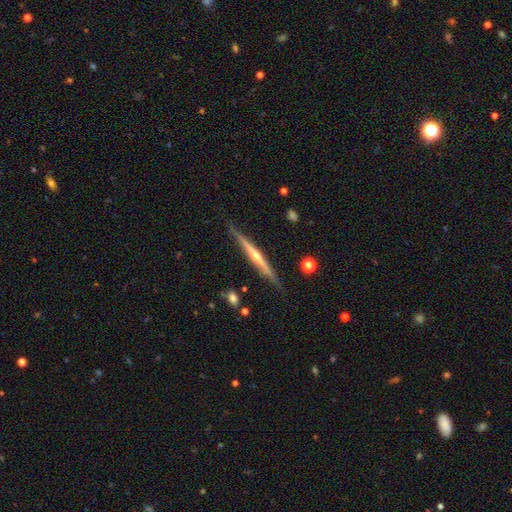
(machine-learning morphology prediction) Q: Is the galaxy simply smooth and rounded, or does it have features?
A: featured or disk — 77%.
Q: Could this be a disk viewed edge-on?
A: yes — 98%.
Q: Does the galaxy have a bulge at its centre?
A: rounded — 68%.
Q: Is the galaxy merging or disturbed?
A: none — 86%.